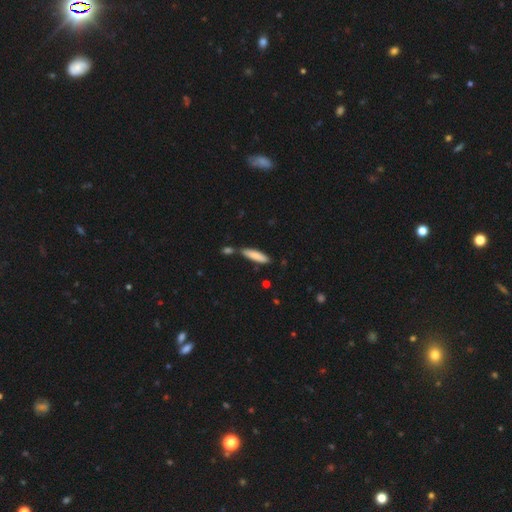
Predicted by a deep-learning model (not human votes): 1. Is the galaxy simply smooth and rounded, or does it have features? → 82% smooth, 12% featured or disk, 6% star or artifact.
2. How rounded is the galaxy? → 77% cigar-shaped, 22% in between, 1% round.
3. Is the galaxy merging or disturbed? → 71% none, 14% minor disturbance, 12% merger, 3% major disturbance.